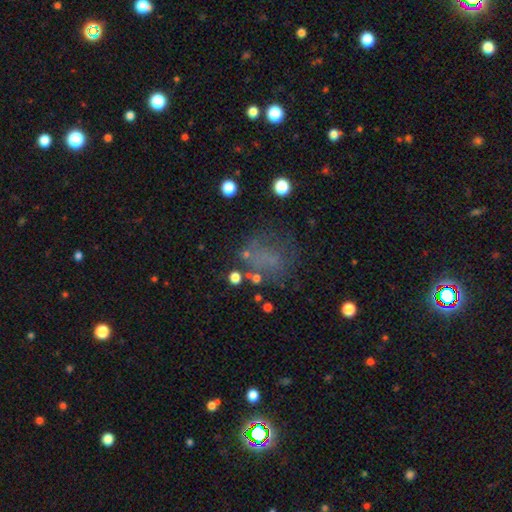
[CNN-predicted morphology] A smooth galaxy with no disk features (49%).

Vote fractions:
- Smooth or featured? smooth: 49% / featured or disk: 27% / star or artifact: 25%
- Merging? none: 52% / major disturbance: 23% / minor disturbance: 19% / merger: 6%